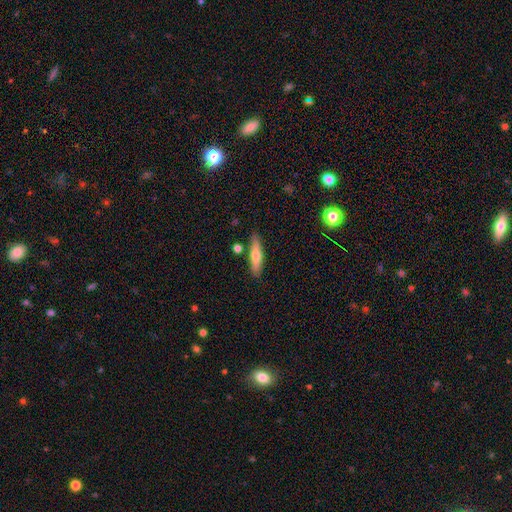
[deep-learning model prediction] Q: Smooth or featured?
A: smooth (60%); runner-up: featured or disk (34%)
Q: How rounded?
A: cigar-shaped (75%); runner-up: in between (22%)
Q: Merging?
A: none (82%); runner-up: minor disturbance (11%)